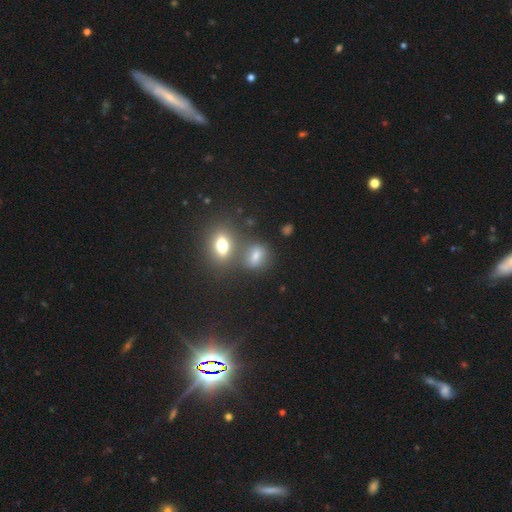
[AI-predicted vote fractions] Smooth or featured? smooth (63%)
How rounded? in between (51%)
Merging? none (58%)